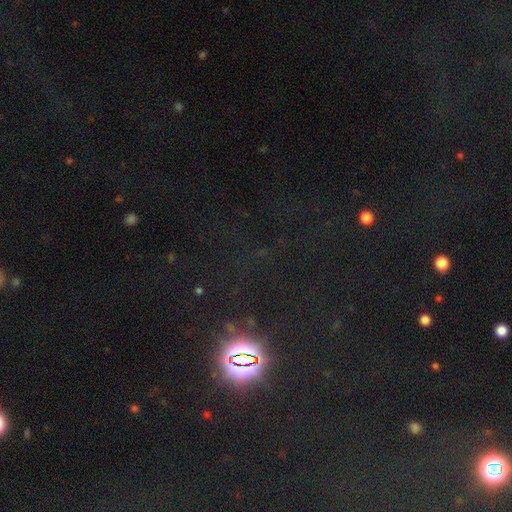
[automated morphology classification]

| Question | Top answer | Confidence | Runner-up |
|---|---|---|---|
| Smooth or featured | star or artifact | 80% | smooth (12%) |